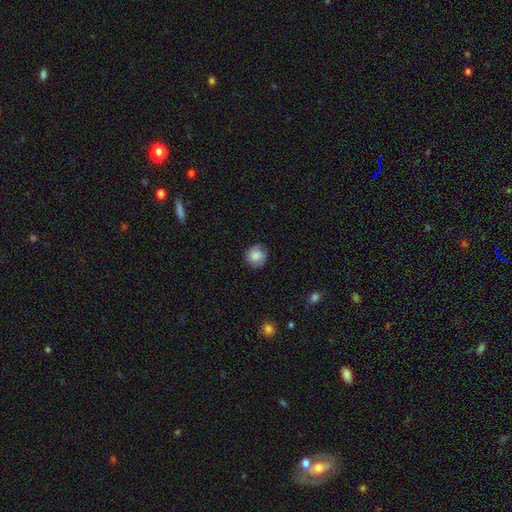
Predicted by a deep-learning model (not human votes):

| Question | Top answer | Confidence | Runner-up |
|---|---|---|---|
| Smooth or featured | smooth | 85% | star or artifact (8%) |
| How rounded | round | 91% | in between (8%) |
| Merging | none | 83% | minor disturbance (13%) |